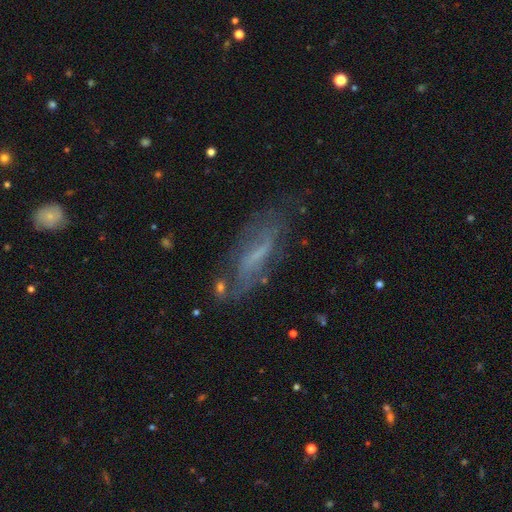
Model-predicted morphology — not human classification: A featured or disk galaxy (56%).

Vote fractions:
- Smooth or featured? featured or disk: 56% / smooth: 33% / star or artifact: 11%
- Edge-on disk? no: 69% / yes: 31%
- Merging? none: 62% / minor disturbance: 22% / major disturbance: 12% / merger: 4%